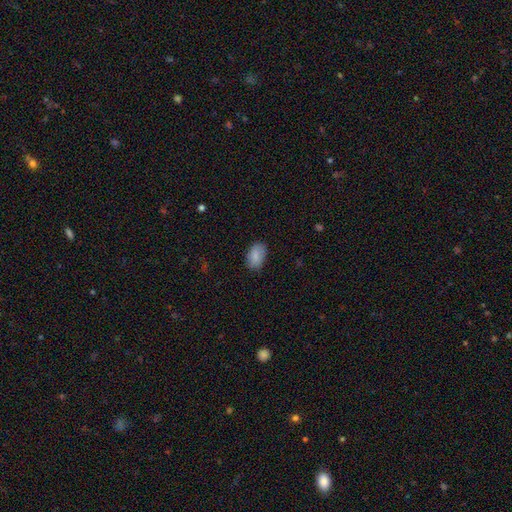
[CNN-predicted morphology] Overall: smooth (85%). How rounded: in between (90%). Merging: none (82%).